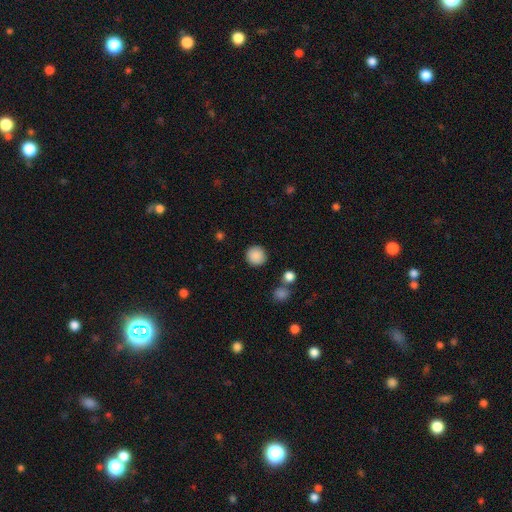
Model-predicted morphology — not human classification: Q: Smooth or featured?
A: smooth (88%); runner-up: star or artifact (9%)
Q: How rounded?
A: round (94%); runner-up: in between (5%)
Q: Merging?
A: none (90%); runner-up: minor disturbance (6%)